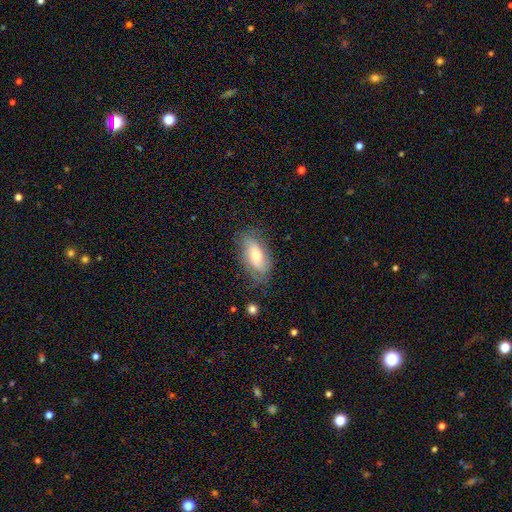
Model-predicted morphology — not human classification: Smooth or featured? smooth (47%)
Merging? none (70%)